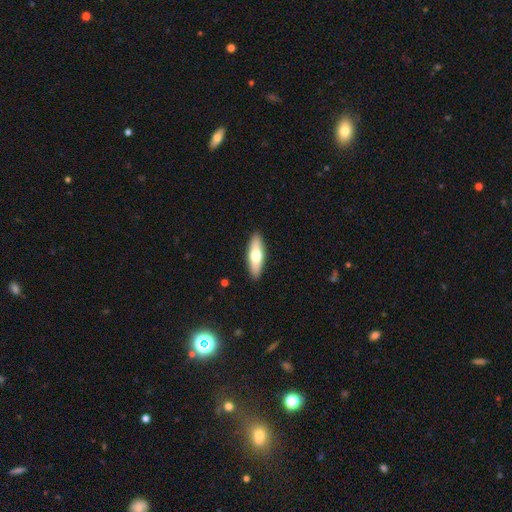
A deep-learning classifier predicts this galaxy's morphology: type=smooth (60%); roundness=in between (51%); merging=none (90%).